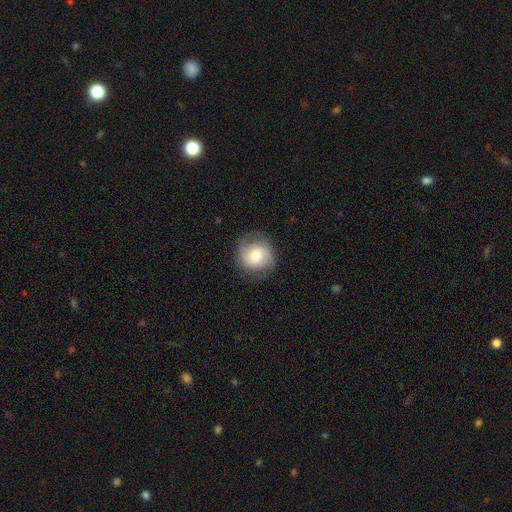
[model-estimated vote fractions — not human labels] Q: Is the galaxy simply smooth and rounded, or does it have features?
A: smooth — 46%, tied with featured or disk.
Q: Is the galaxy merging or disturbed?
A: none — 77%.